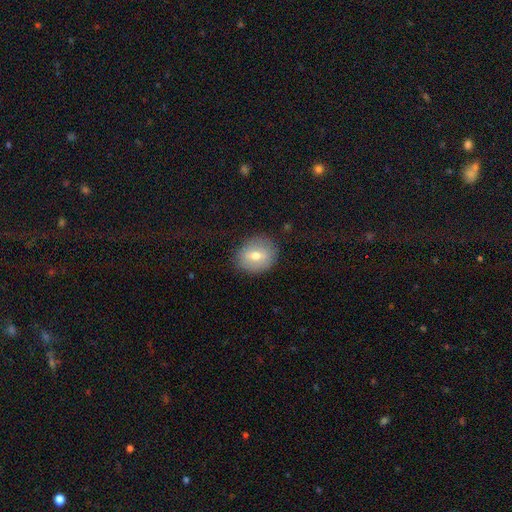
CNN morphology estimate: type=smooth (60%); roundness=round (68%); merging=none (84%).